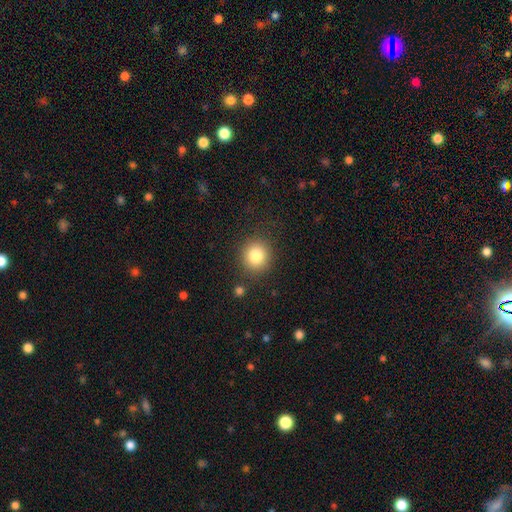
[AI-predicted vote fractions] Smooth or featured?
  - smooth: 82% *
  - star or artifact: 11%
  - featured or disk: 8%
How rounded?
  - round: 88% *
  - in between: 11%
  - cigar-shaped: 1%
Merging?
  - none: 86% *
  - minor disturbance: 8%
  - major disturbance: 3%
  - merger: 2%